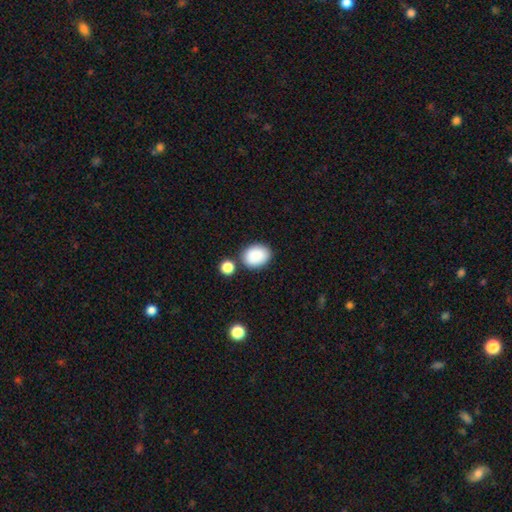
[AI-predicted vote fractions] This appears to be a smooth galaxy with no disk features (88%) that is in between round and cigar-shaped (65%). Merging: none (76%).